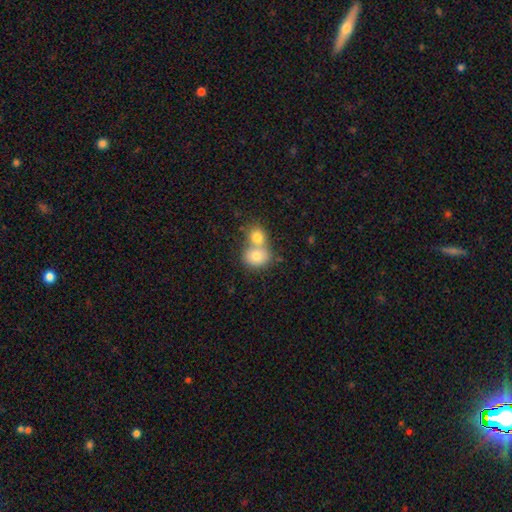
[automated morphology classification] Smooth or featured: smooth — 75% (featured or disk — 15%)
How rounded: round — 68% (in between — 31%)
Merging: merger — 63% (none — 28%)